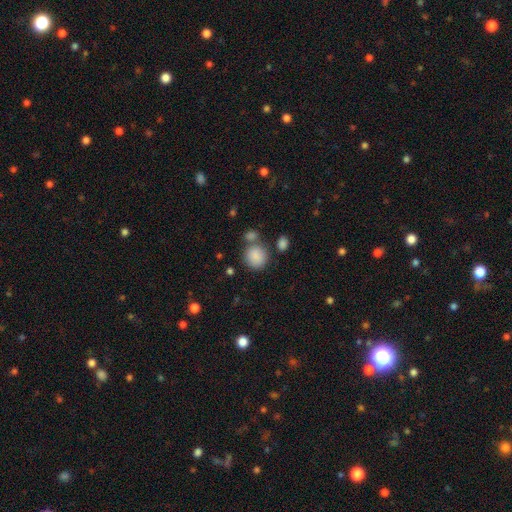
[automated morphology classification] type=smooth (87%); roundness=round (84%); merging=none (67%).